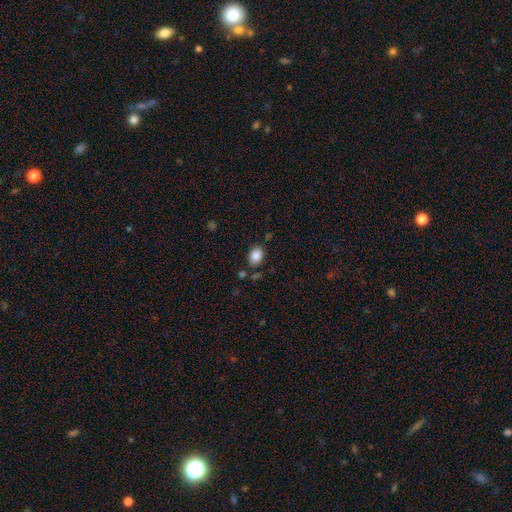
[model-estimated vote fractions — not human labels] The model was most divided on "how rounded": in between: 67%, round: 32%, cigar-shaped: 1%. More confident: smooth or featured — smooth (85%); merging — none (80%).